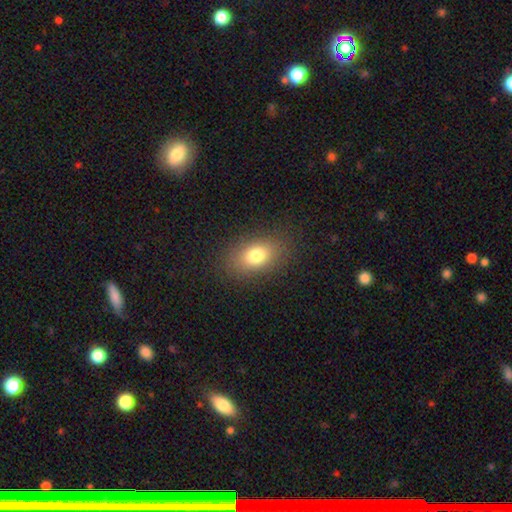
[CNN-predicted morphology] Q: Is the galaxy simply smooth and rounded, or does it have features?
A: smooth — 78%.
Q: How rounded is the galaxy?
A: in between — 84%.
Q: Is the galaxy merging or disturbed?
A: none — 85%.